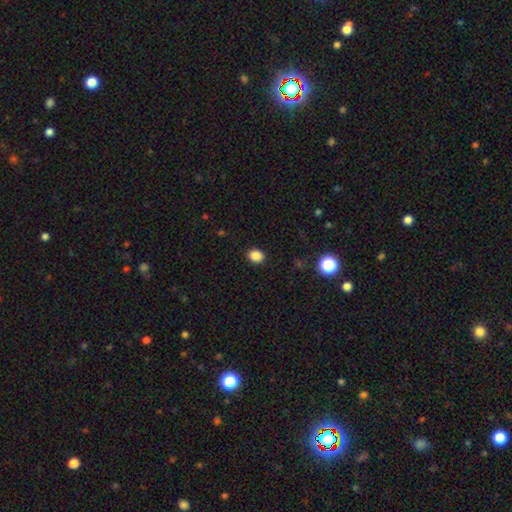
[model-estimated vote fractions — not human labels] Smooth or featured?
  - smooth: 86% *
  - star or artifact: 11%
  - featured or disk: 3%
How rounded?
  - round: 57% *
  - in between: 42%
  - cigar-shaped: 1%
Merging?
  - none: 90% *
  - minor disturbance: 7%
  - major disturbance: 2%
  - merger: 1%